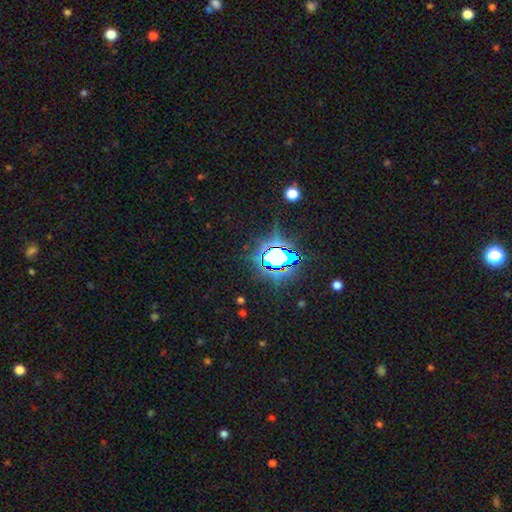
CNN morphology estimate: A star or artifact, not a galaxy (81%).

Vote fractions:
- Smooth or featured? star or artifact: 81% / smooth: 12% / featured or disk: 8%